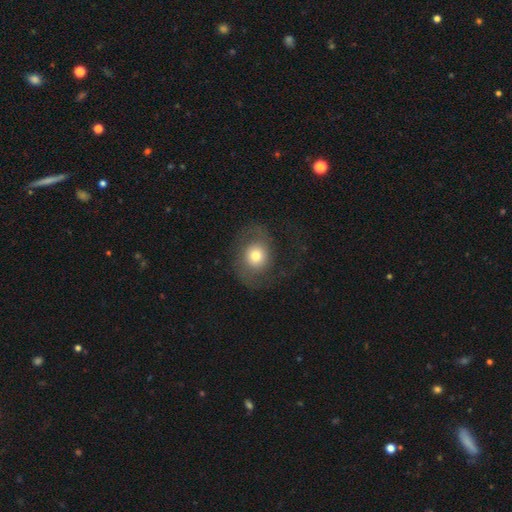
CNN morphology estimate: This is possibly a smooth galaxy (50%). Merging: possibly none (52%).